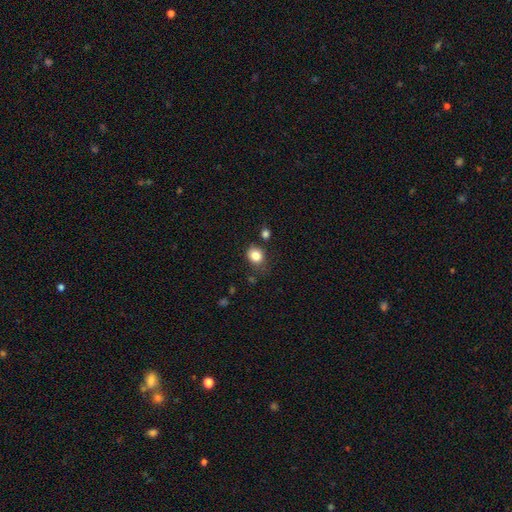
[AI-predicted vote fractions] Smooth or featured? Predicted: smooth (p=0.83). How rounded? Predicted: round (p=0.66). Merging? Predicted: none (p=0.71).